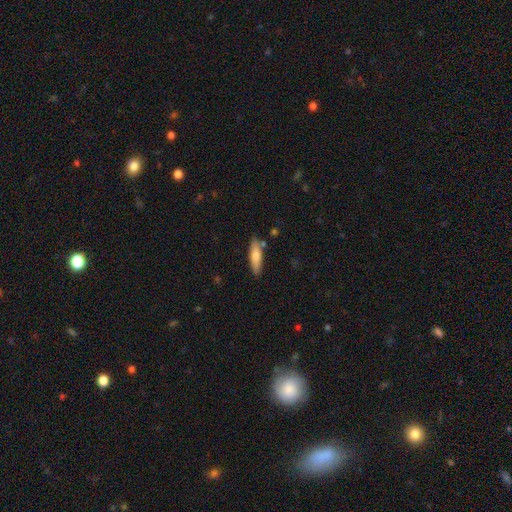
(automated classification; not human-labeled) smooth 72%, featured or disk 22%, star or artifact 6%. Down the decision tree: how rounded — cigar-shaped (63%); merging — none (79%).